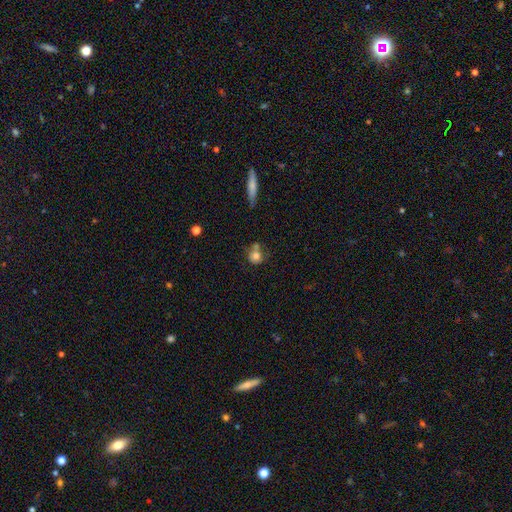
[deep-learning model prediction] Smooth or featured? smooth (75%)
How rounded? round (78%)
Merging? none (45%)